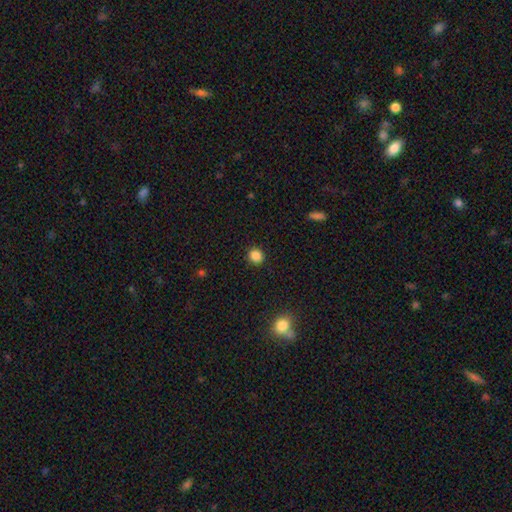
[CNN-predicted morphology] A smooth galaxy with no disk features (86%) that is round (86%).

Vote fractions:
- Smooth or featured? smooth: 86% / star or artifact: 11% / featured or disk: 3%
- How rounded? round: 86% / in between: 13% / cigar-shaped: 1%
- Merging? none: 92% / minor disturbance: 5% / major disturbance: 2% / merger: 1%